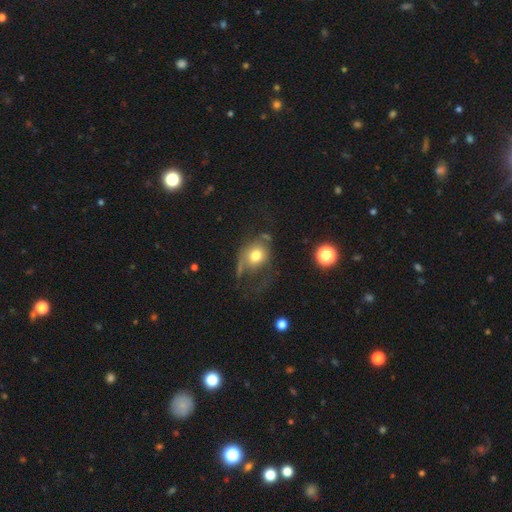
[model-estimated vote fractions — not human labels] Smooth or featured: smooth — 60% (featured or disk — 30%)
How rounded: round — 53% (in between — 45%)
Merging: major disturbance — 38% (none — 34%)